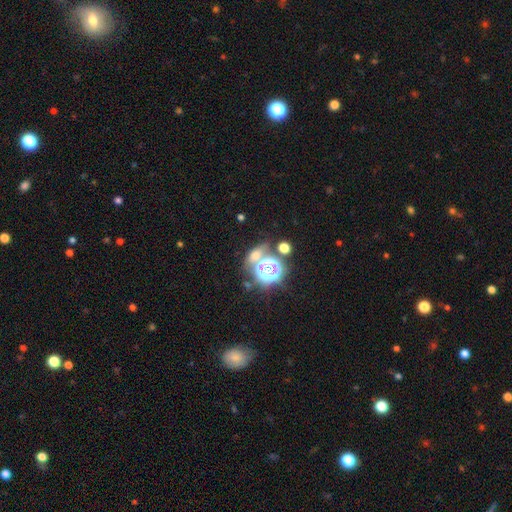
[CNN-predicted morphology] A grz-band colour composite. It shows a smooth galaxy with no disk features (47%). Merging: none (53%).